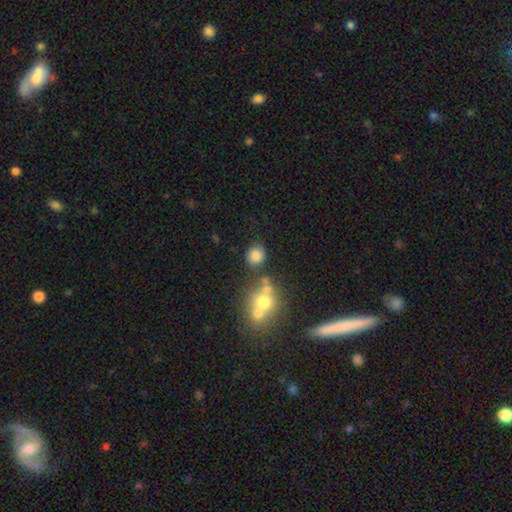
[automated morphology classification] A smooth galaxy with no disk features (80%) that is round (82%). Merging: none (71%).